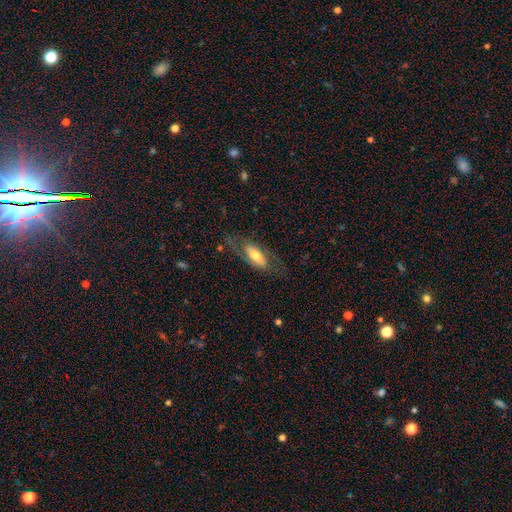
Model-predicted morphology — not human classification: Smooth or featured?
  - featured or disk: 51% *
  - smooth: 43%
  - star or artifact: 6%
Edge-on disk?
  - no: 77% *
  - yes: 23%
Merging?
  - none: 67% *
  - minor disturbance: 18%
  - major disturbance: 14%
  - merger: 1%